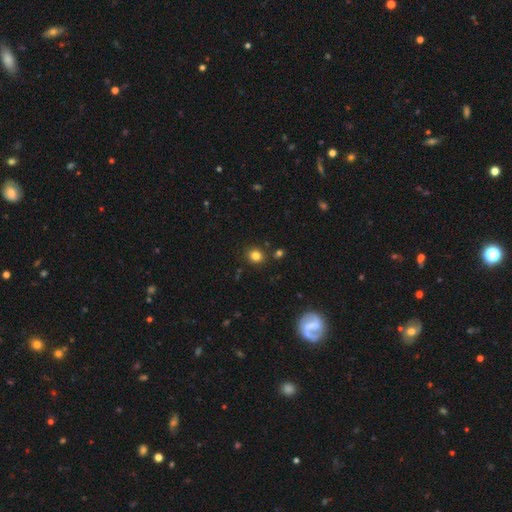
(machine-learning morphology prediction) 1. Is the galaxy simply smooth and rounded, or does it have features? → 82% smooth, 13% star or artifact, 5% featured or disk.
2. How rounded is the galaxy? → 75% round, 24% in between, 1% cigar-shaped.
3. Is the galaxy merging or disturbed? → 86% none, 8% minor disturbance, 4% merger, 2% major disturbance.